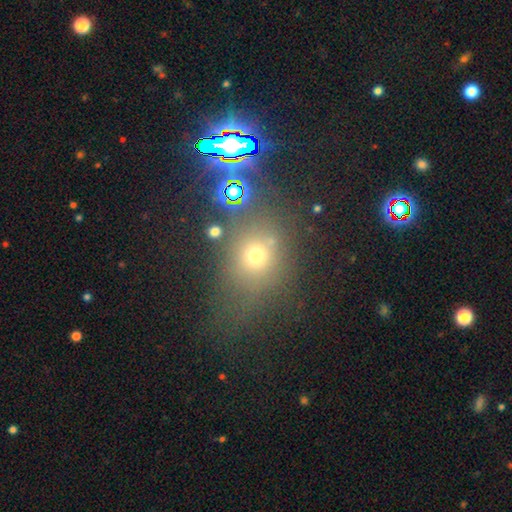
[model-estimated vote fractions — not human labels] Smooth or featured? smooth (58%)
How rounded? round (65%)
Merging? none (63%)